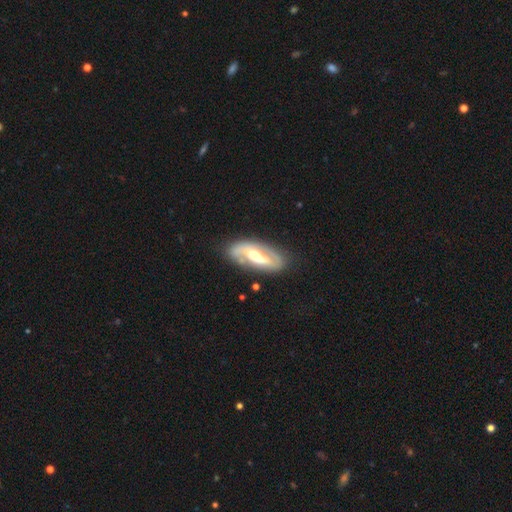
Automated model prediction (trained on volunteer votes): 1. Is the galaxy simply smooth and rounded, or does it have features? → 78% featured or disk, 17% smooth, 5% star or artifact.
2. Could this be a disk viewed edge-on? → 90% no, 10% yes.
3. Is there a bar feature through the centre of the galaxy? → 49% strong, 33% weak, 17% no.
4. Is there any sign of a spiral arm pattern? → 81% yes, 19% no.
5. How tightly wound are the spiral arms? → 41% medium, 30% loose, 29% tight.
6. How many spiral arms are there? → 83% 2, 9% can't tell, 4% 1, 1% 3, 1% 4, 1% more than 4.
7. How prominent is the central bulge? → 61% moderate, 22% small, 13% large, 2% none, 2% dominant.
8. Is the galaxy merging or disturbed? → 77% none, 15% minor disturbance, 5% major disturbance, 2% merger.